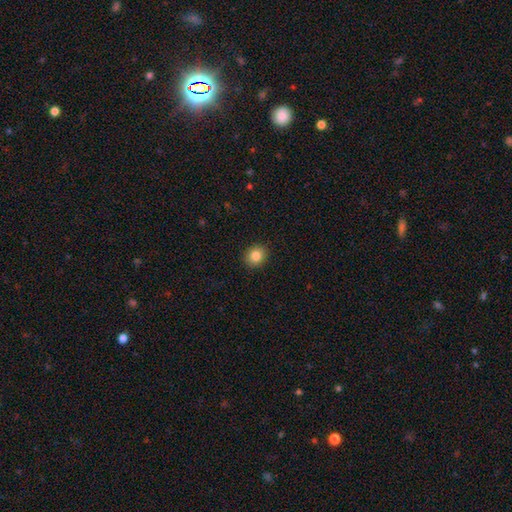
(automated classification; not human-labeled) This appears to be a smooth galaxy with no disk features (84%) that is round (74%). Merging: none (91%).